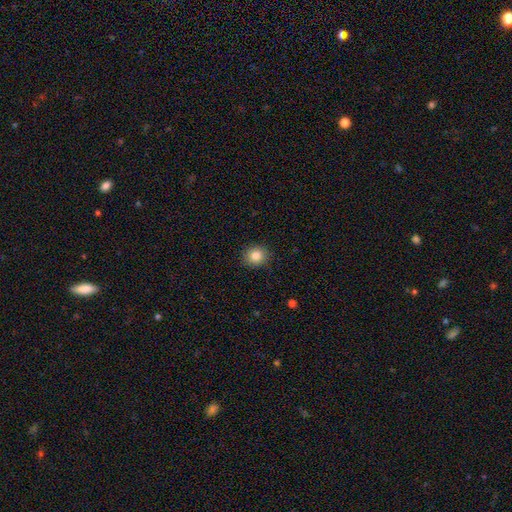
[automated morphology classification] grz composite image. It shows a smooth galaxy with no disk features (86%) that is round (84%). Merging: none (89%).